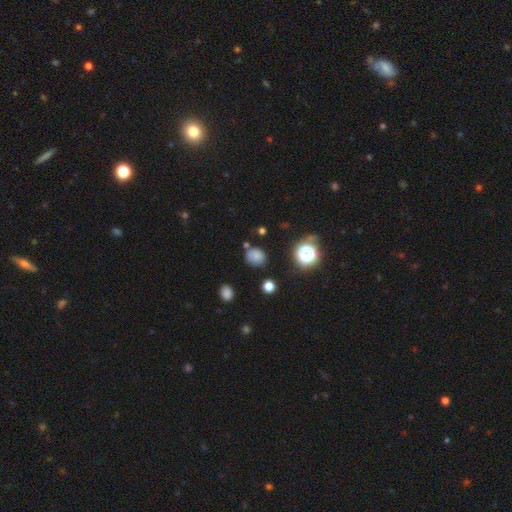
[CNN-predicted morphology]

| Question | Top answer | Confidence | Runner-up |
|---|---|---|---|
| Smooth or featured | smooth | 73% | star or artifact (19%) |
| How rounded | round | 79% | in between (20%) |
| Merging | none | 72% | minor disturbance (17%) |